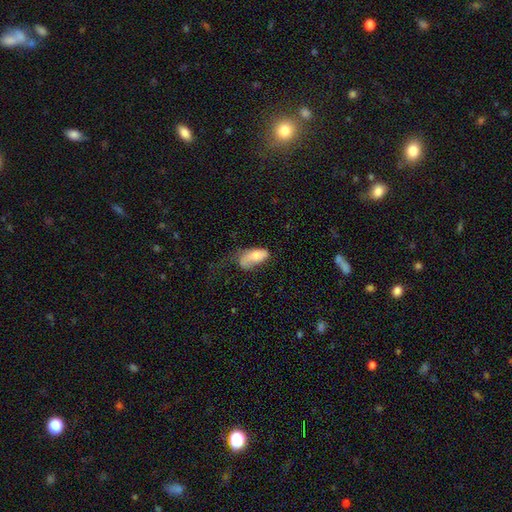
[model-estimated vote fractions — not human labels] smooth 69%, featured or disk 24%, star or artifact 7%. Down the decision tree: how rounded — in between (89%); merging — major disturbance (35%).